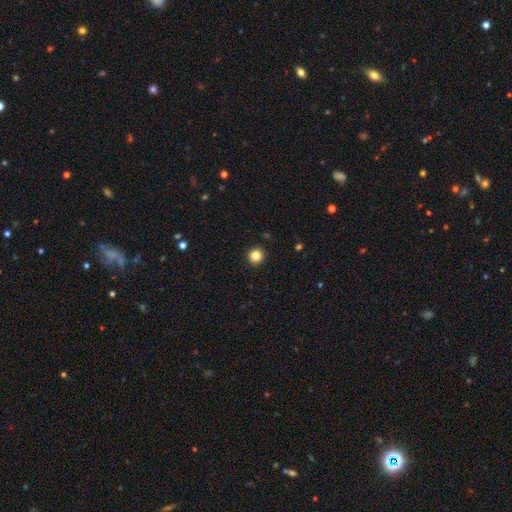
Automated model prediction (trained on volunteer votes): Smooth or featured? Predicted: smooth (p=0.84). How rounded? Predicted: round (p=0.94). Merging? Predicted: none (p=0.93).